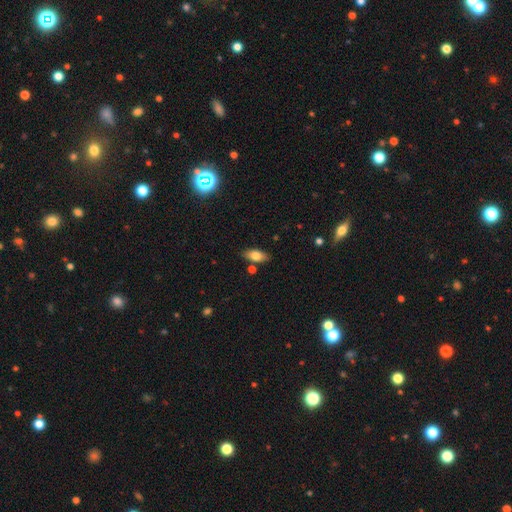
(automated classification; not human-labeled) This appears to be a smooth galaxy with no disk features (77%) that is in between round and cigar-shaped (88%). Merging: none (80%).